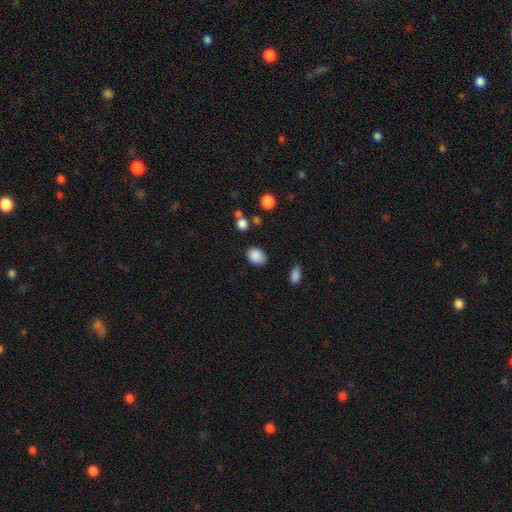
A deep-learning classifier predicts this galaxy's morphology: Smooth or featured? smooth (88%)
How rounded? in between (70%)
Merging? none (79%)